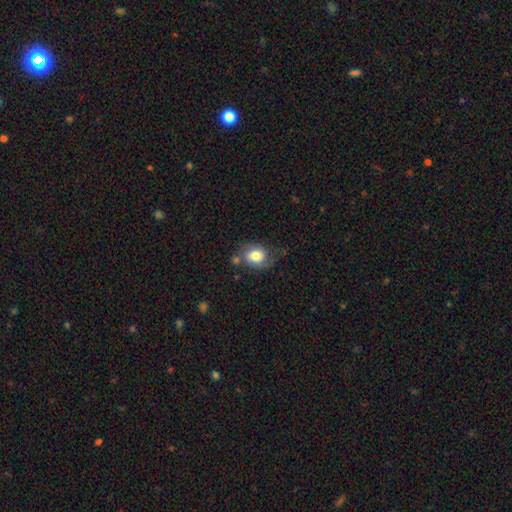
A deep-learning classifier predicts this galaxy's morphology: Smooth or featured? smooth (70%)
How rounded? in between (50%)
Merging? none (48%)